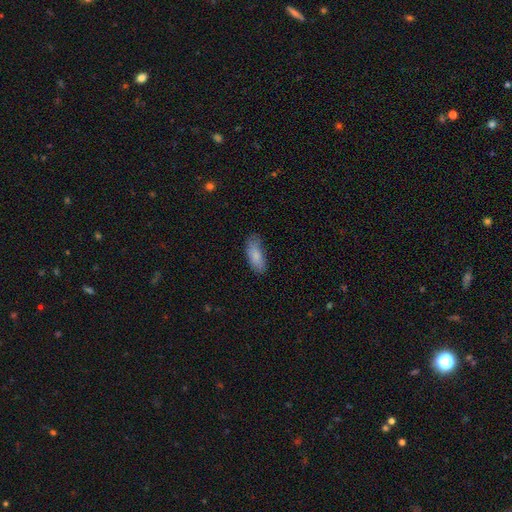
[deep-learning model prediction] Smooth or featured? smooth (84%)
How rounded? in between (81%)
Merging? none (70%)